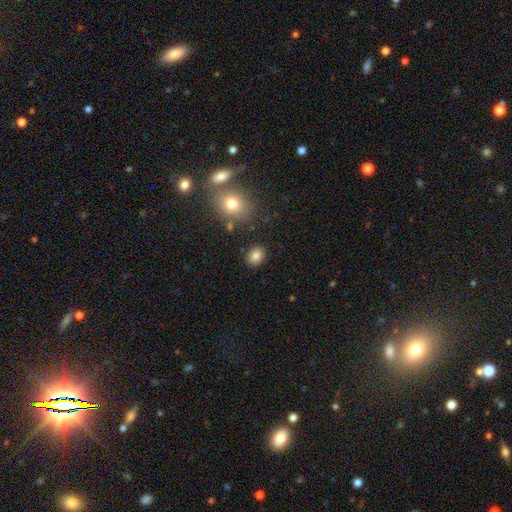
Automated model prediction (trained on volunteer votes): smooth-or-featured: smooth: 83% | star or artifact: 10% | featured or disk: 6%
  how-rounded: round: 59% | in between: 40% | cigar-shaped: 1%
  merging: none: 86% | minor disturbance: 8% | merger: 3% | major disturbance: 3%